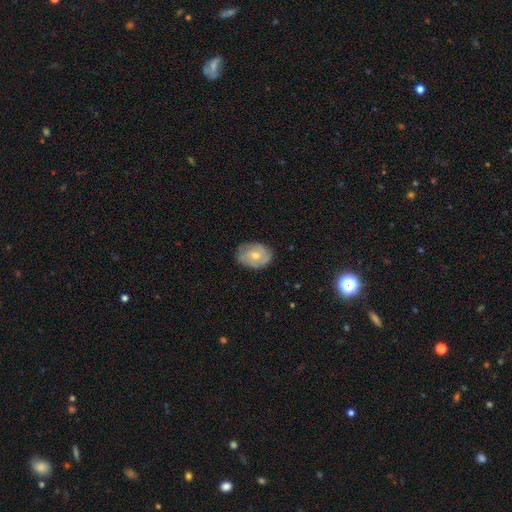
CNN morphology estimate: Smooth or featured?
  - smooth: 52% *
  - featured or disk: 41%
  - star or artifact: 7%
How rounded?
  - in between: 66% *
  - round: 33%
  - cigar-shaped: 1%
Merging?
  - none: 69% *
  - minor disturbance: 25%
  - major disturbance: 5%
  - merger: 1%